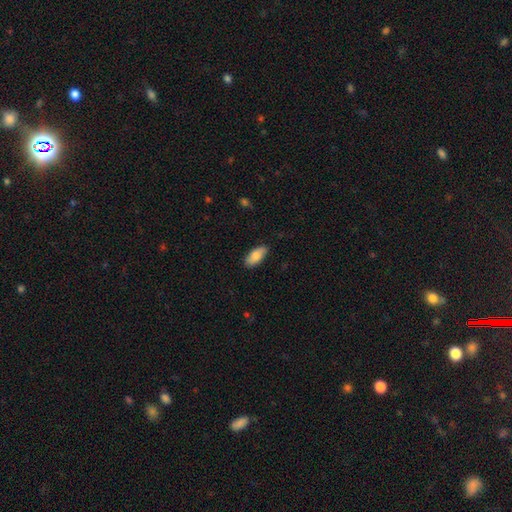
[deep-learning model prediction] smooth 83%, featured or disk 11%, star or artifact 6%. Down the decision tree: how rounded — in between (89%); merging — none (85%).